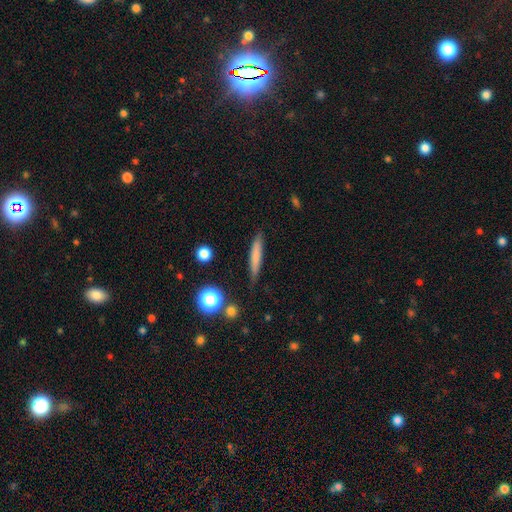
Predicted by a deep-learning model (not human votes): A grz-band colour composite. It shows a smooth galaxy with no disk features (71%) that is cigar-shaped (92%). Merging: none (83%).